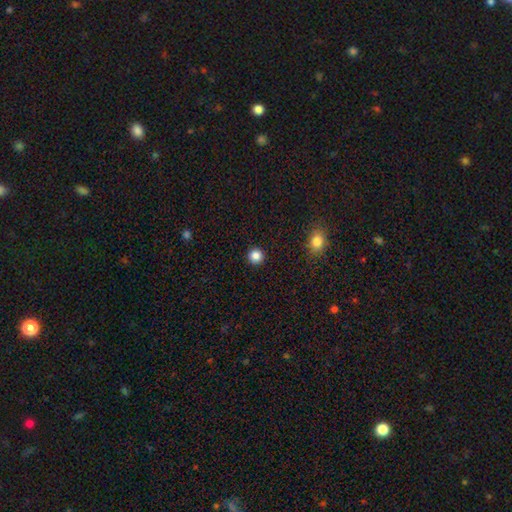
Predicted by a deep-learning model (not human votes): A smooth galaxy with no disk features (85%) that is round (95%).

Vote fractions:
- Smooth or featured? smooth: 85% / star or artifact: 11% / featured or disk: 4%
- How rounded? round: 95% / in between: 4% / cigar-shaped: 1%
- Merging? none: 93% / minor disturbance: 4% / major disturbance: 2% / merger: 1%